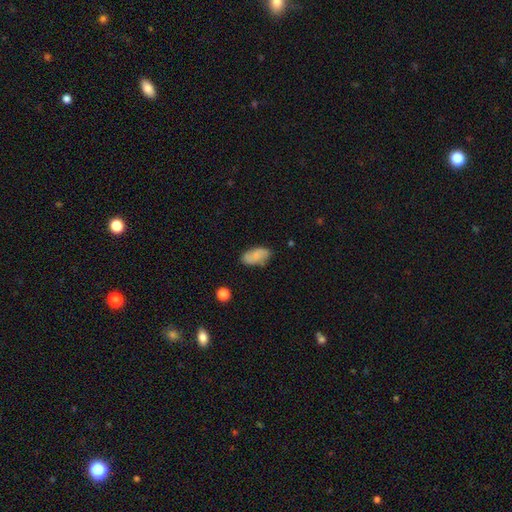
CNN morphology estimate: Overall: smooth (76%). How rounded: in between (92%). Merging: none (76%).